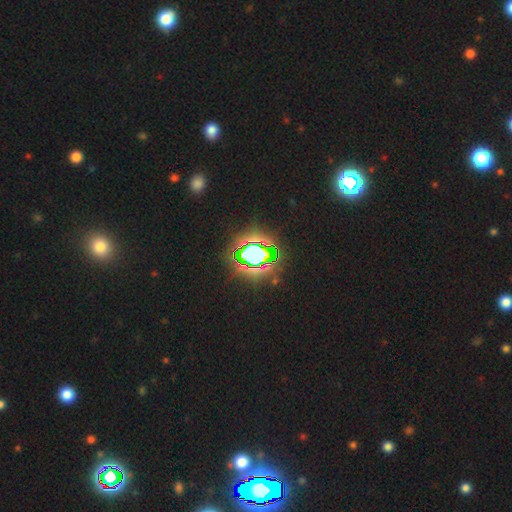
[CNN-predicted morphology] Smooth or featured? star or artifact (68%)